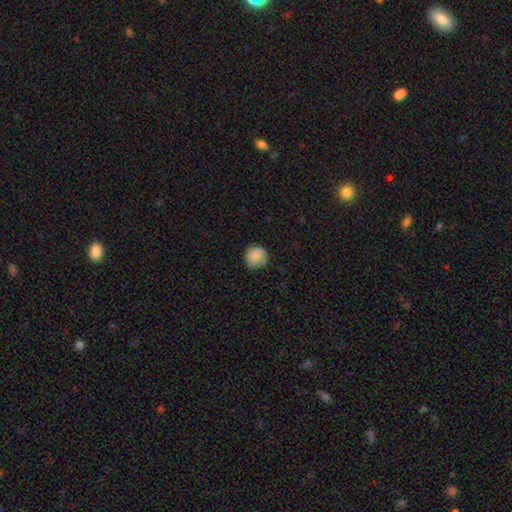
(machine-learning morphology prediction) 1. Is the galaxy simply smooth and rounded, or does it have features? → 85% smooth, 8% star or artifact, 7% featured or disk.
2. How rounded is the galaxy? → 93% round, 6% in between, 1% cigar-shaped.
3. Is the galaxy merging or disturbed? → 81% none, 15% minor disturbance, 3% major disturbance, 1% merger.